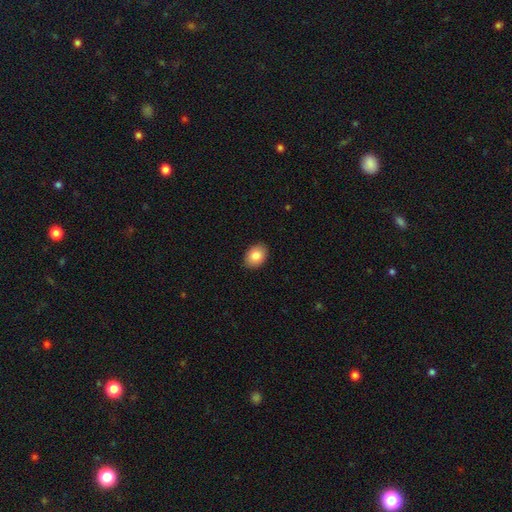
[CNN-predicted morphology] This appears to be a smooth galaxy with no disk features (85%) that is in between round and cigar-shaped (69%). Merging: none (90%).